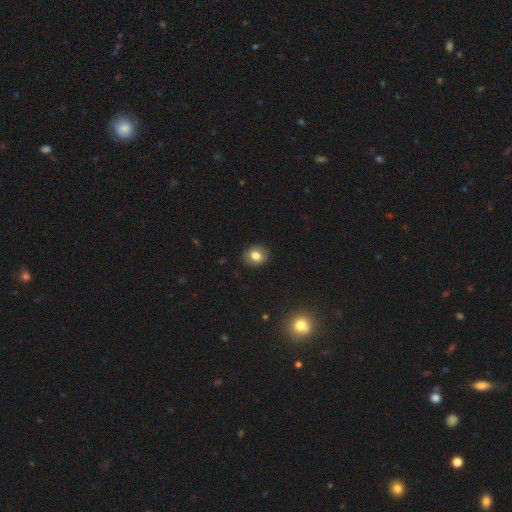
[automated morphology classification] This is likely a smooth galaxy (78%). How rounded: possibly round (57%). Merging: clearly none (87%).